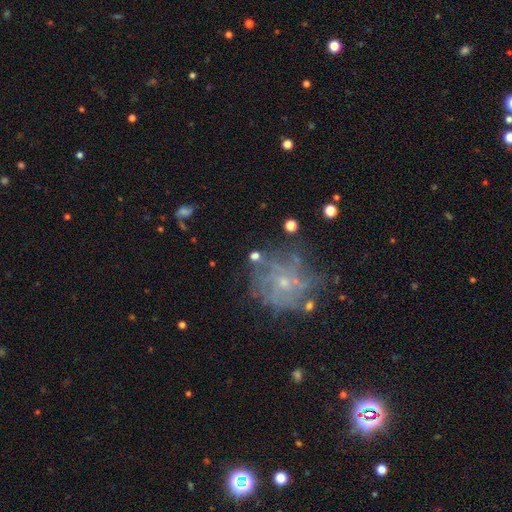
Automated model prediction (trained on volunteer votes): A featured or disk galaxy (50%). Merging: none (61%).